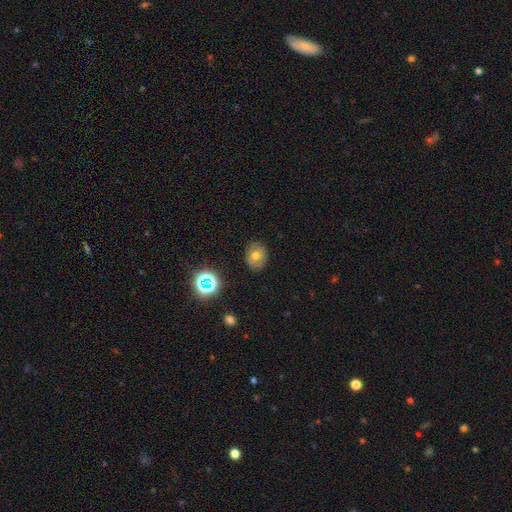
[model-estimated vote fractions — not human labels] smooth_or_featured: smooth (p=0.63) [alt: featured or disk p=0.21]
how_rounded: round (p=0.56) [alt: in between p=0.44]
merging: none (p=0.83) [alt: minor disturbance p=0.12]